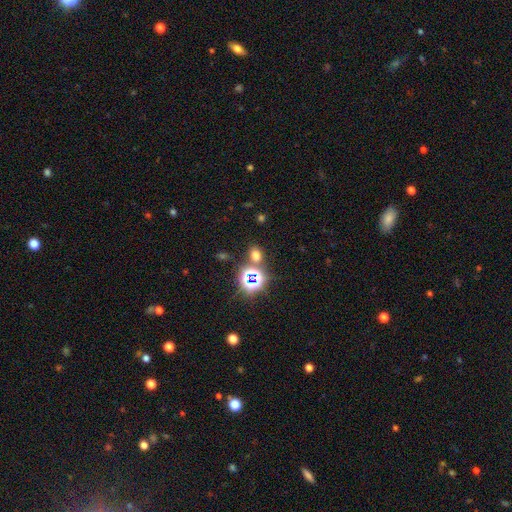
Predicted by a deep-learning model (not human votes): Q: Smooth or featured?
A: smooth (56%); runner-up: star or artifact (37%)
Q: How rounded?
A: in between (55%); runner-up: round (44%)
Q: Merging?
A: none (77%); runner-up: merger (10%)